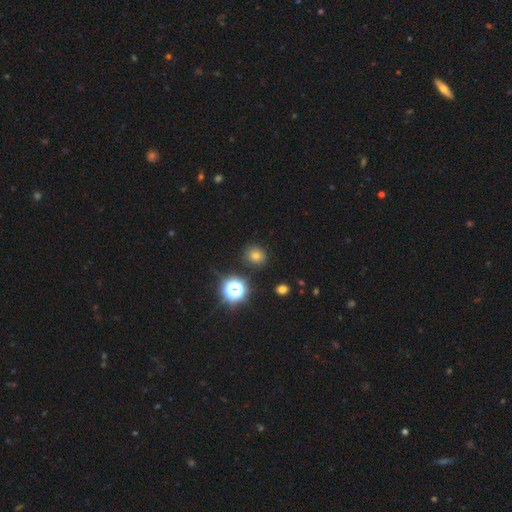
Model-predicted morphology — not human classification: type=smooth (67%); roundness=round (78%); merging=none (86%).